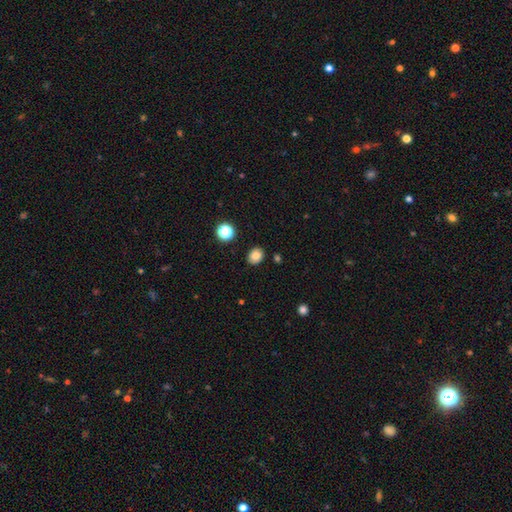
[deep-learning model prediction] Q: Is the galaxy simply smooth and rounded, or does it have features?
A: smooth — 82%.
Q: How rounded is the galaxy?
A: round — 55%.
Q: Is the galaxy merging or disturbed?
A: none — 87%.